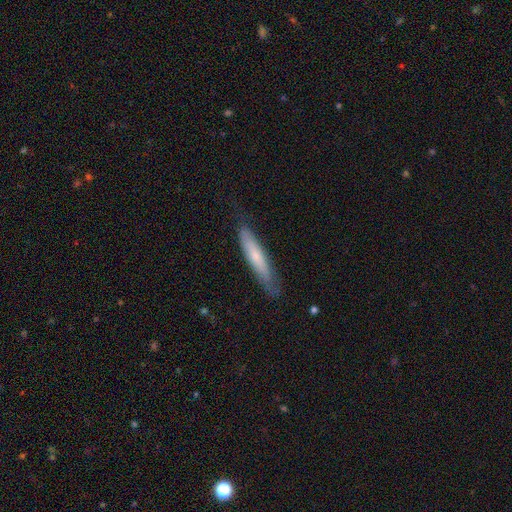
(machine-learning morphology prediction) Q: Smooth or featured?
A: smooth (63%); runner-up: featured or disk (32%)
Q: How rounded?
A: cigar-shaped (87%); runner-up: in between (12%)
Q: Merging?
A: none (73%); runner-up: minor disturbance (21%)